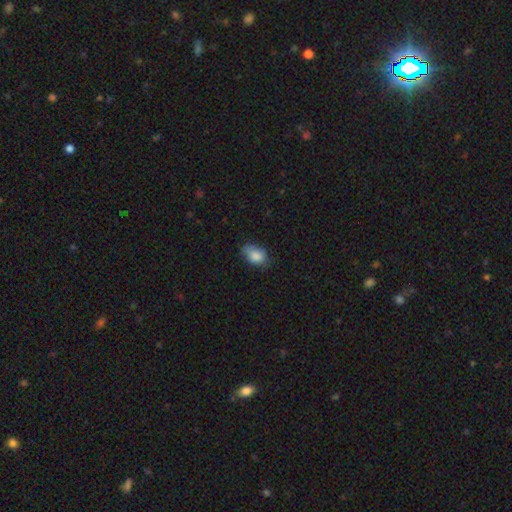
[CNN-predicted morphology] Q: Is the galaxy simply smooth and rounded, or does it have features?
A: smooth — 83%.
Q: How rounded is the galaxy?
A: in between — 82%.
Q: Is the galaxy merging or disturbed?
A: none — 52%.